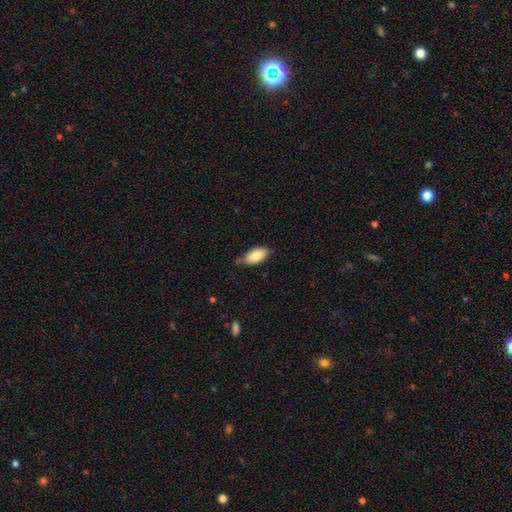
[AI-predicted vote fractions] Smooth or featured? smooth (83%)
How rounded? in between (94%)
Merging? none (66%)